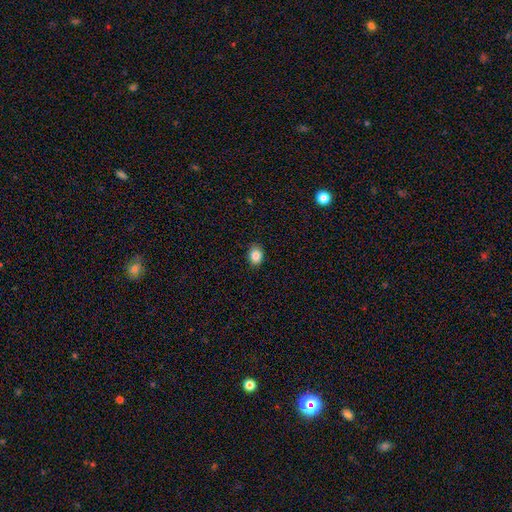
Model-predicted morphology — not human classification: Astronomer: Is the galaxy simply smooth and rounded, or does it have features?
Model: smooth — 85%.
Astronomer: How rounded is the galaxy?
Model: in between — 56% (runner-up: round, 43%).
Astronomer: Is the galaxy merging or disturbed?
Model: none — 88%.